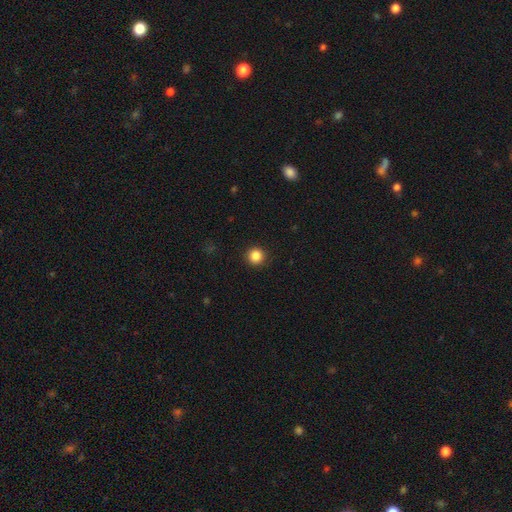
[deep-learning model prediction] smooth-or-featured: smooth: 86% | star or artifact: 11% | featured or disk: 4%
  how-rounded: round: 95% | in between: 4% | cigar-shaped: 1%
  merging: none: 92% | minor disturbance: 5% | major disturbance: 2% | merger: 1%